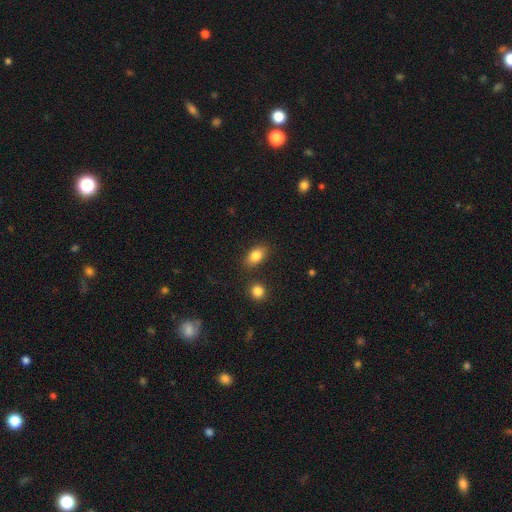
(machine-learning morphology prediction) Q: Smooth or featured?
A: smooth (84%); runner-up: star or artifact (8%)
Q: How rounded?
A: in between (86%); runner-up: round (10%)
Q: Merging?
A: none (81%); runner-up: minor disturbance (11%)